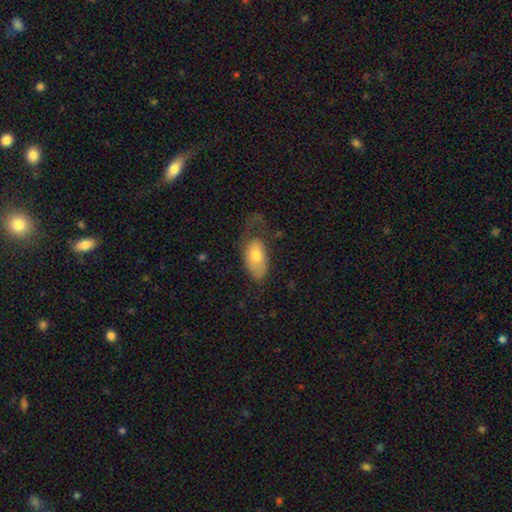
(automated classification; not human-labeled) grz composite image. It shows a smooth galaxy with no disk features (66%) that is in between round and cigar-shaped (92%). Merging: major disturbance (40%).